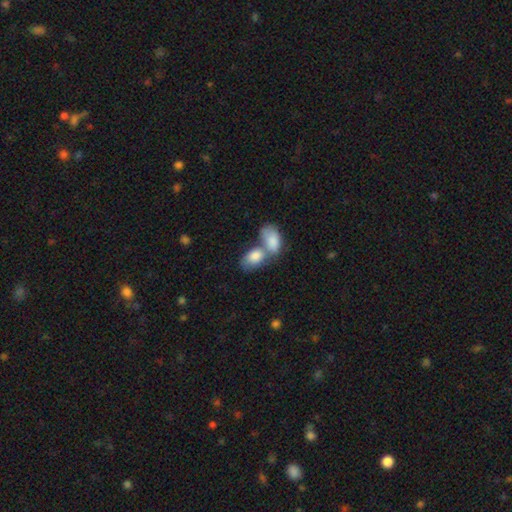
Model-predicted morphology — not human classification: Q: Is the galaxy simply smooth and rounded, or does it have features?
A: smooth — 81%.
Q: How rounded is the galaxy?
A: in between — 89%.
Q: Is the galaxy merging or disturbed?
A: merger — 67%.